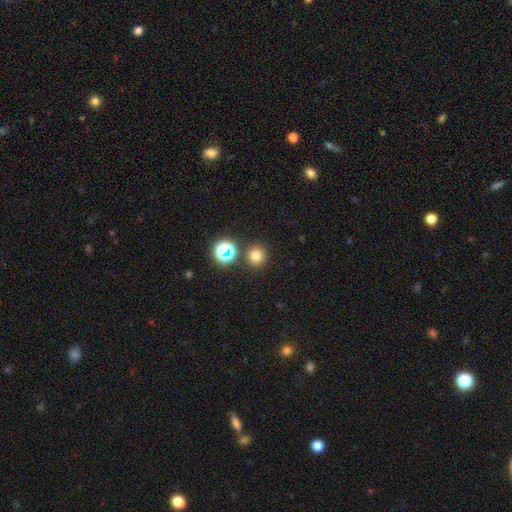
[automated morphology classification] Overall: smooth (73%). How rounded: round (91%). Merging: none (82%).